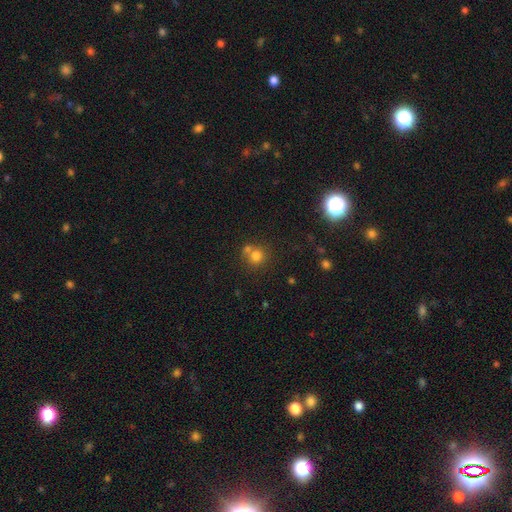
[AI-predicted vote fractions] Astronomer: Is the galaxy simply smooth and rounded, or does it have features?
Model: smooth — 75%.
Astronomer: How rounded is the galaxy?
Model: round — 88%.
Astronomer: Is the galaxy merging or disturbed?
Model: none — 56% (runner-up: merger, 32%).